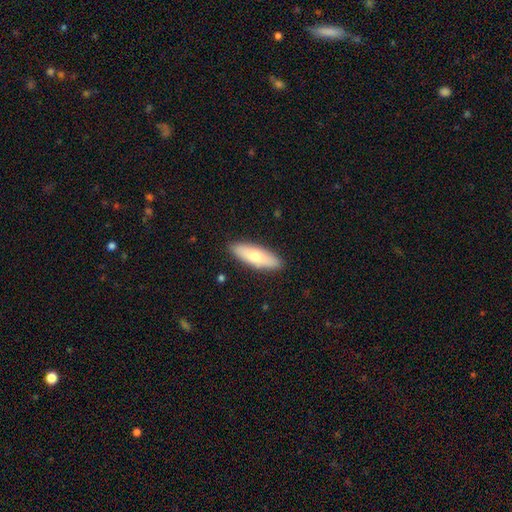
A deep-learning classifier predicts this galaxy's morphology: Smooth or featured: smooth — 67% (featured or disk — 27%)
How rounded: in between — 54% (cigar-shaped — 43%)
Merging: none — 89% (minor disturbance — 8%)